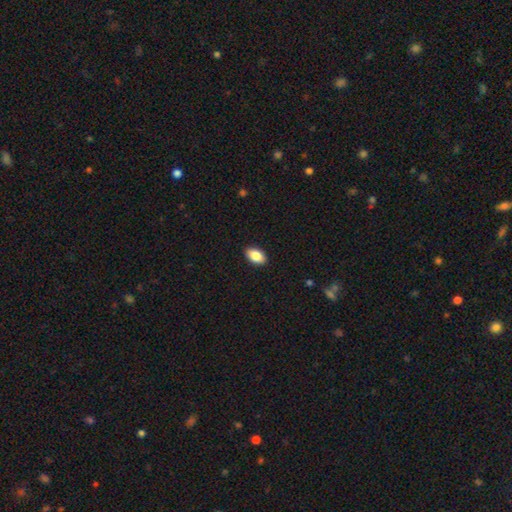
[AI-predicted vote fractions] smooth 85%, featured or disk 7%, star or artifact 7%. Down the decision tree: how rounded — in between (92%); merging — none (90%).